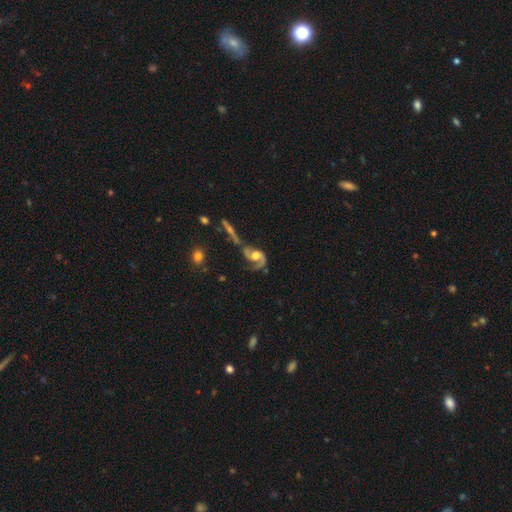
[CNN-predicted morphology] Q: Smooth or featured?
A: featured or disk (85%); runner-up: smooth (10%)
Q: Edge-on disk?
A: no (96%); runner-up: yes (4%)
Q: Bar?
A: no (60%); runner-up: weak (31%)
Q: Spiral arms?
A: yes (94%); runner-up: no (6%)
Q: Spiral winding?
A: loose (44%); runner-up: medium (43%)
Q: Spiral arm count?
A: 2 (83%); runner-up: 1 (11%)
Q: Bulge size?
A: moderate (62%); runner-up: large (23%)
Q: Merging?
A: none (38%); runner-up: major disturbance (23%)